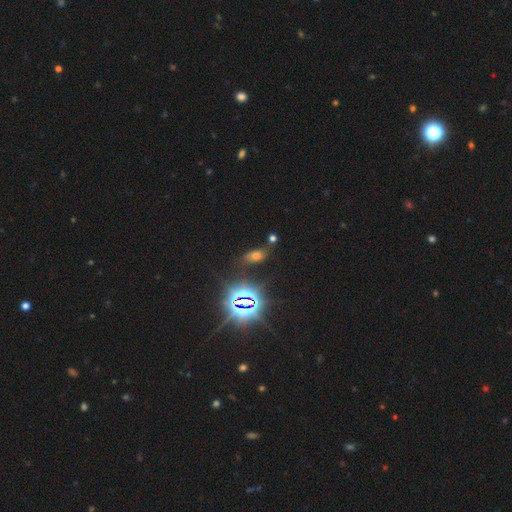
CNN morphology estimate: smooth 46%, star or artifact 43%, featured or disk 11%. Down the decision tree: merging — none (72%).